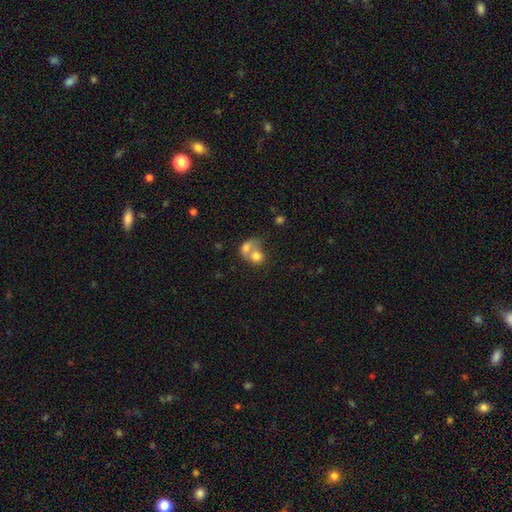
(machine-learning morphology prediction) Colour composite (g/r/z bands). It shows a smooth galaxy with no disk features (71%) that is round (57%). Merging: merger (72%).